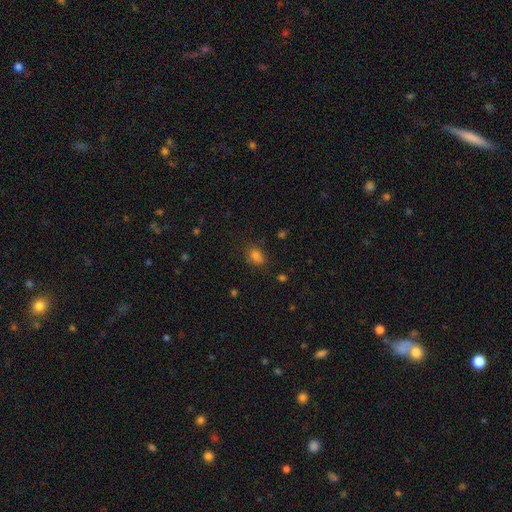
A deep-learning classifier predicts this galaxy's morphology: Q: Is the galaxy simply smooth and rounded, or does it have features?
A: smooth — 79%.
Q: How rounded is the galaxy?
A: in between — 80%.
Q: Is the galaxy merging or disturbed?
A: none — 74%.